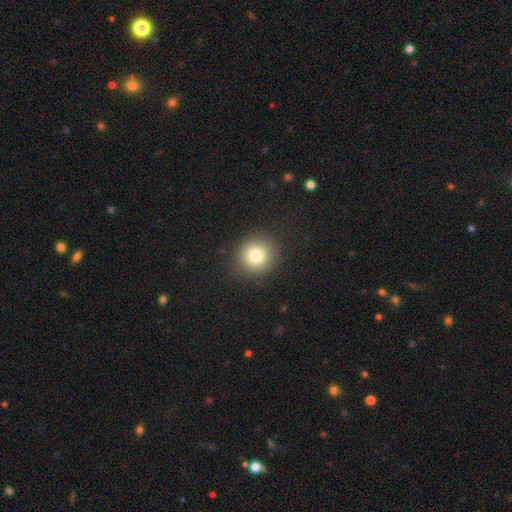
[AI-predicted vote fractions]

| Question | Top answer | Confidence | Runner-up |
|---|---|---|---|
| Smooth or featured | smooth | 80% | star or artifact (12%) |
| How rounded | round | 92% | in between (8%) |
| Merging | none | 89% | minor disturbance (7%) |